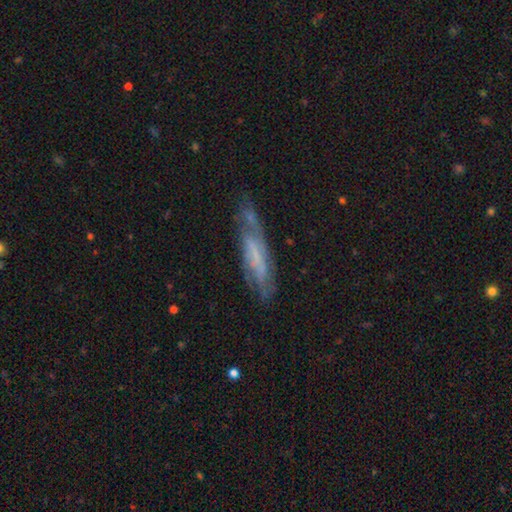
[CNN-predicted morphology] Smooth or featured?
  - featured or disk: 60% *
  - smooth: 31%
  - star or artifact: 9%
Edge-on disk?
  - no: 55% *
  - yes: 45%
Merging?
  - none: 60% *
  - minor disturbance: 25%
  - major disturbance: 11%
  - merger: 5%